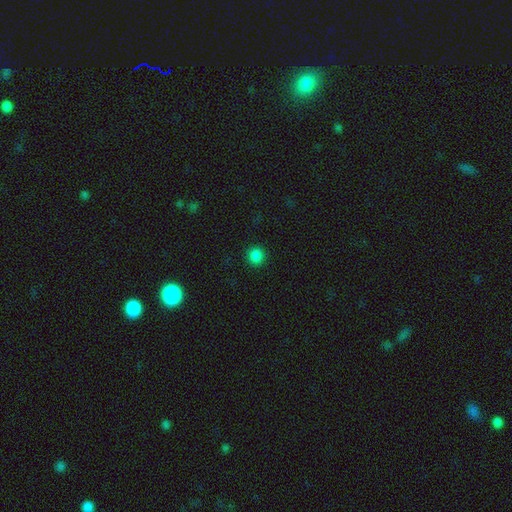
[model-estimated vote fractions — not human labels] This appears to be a smooth galaxy with no disk features (85%) that is round (92%). Merging: none (92%).